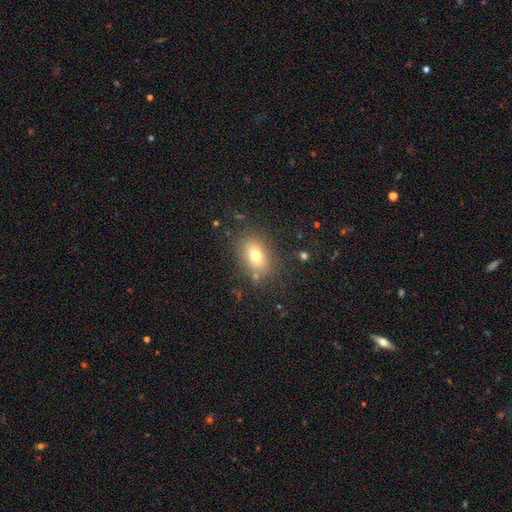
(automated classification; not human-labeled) Overall: smooth (73%). How rounded: in between (75%). Merging: none (80%).